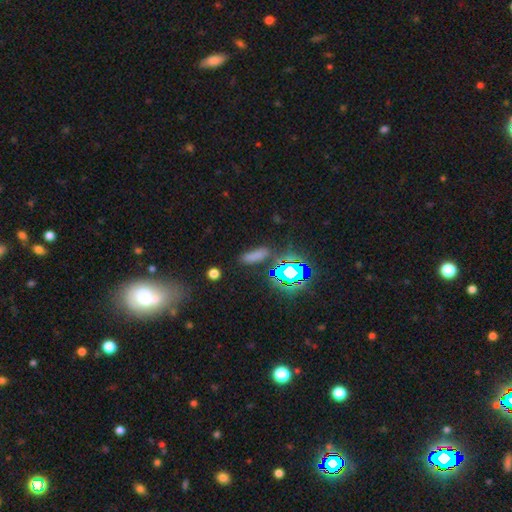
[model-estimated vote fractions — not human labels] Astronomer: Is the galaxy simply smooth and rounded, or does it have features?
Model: smooth — 66%.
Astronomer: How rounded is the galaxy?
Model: cigar-shaped — 48% (runner-up: in between, 46%).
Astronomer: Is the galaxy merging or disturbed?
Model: none — 79%.